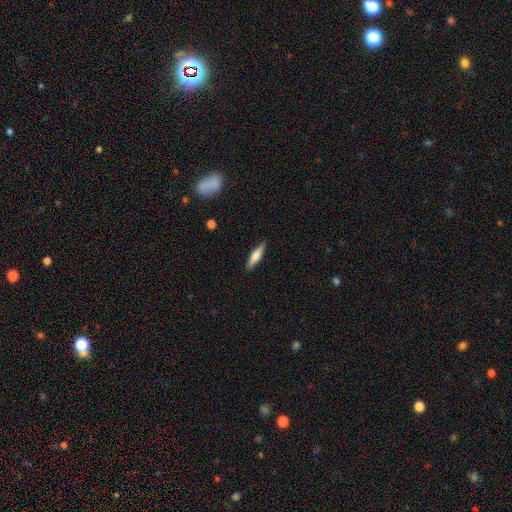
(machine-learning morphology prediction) smooth 57%, featured or disk 37%, star or artifact 6%. Down the decision tree: how rounded — cigar-shaped (71%); merging — none (89%).